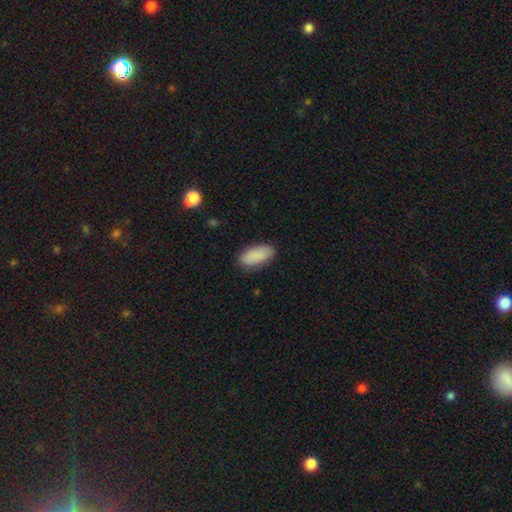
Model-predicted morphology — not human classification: smooth 89%, star or artifact 6%, featured or disk 5%. Down the decision tree: how rounded — in between (89%); merging — none (84%).